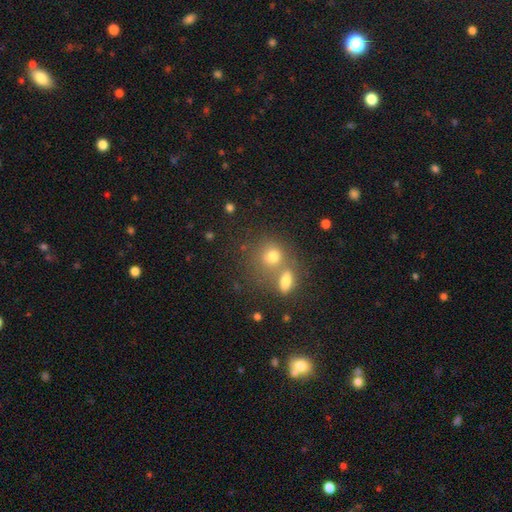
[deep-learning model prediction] Smooth or featured? Predicted: smooth (p=0.58). How rounded? Predicted: round (p=0.84). Merging? Predicted: none (p=0.49).